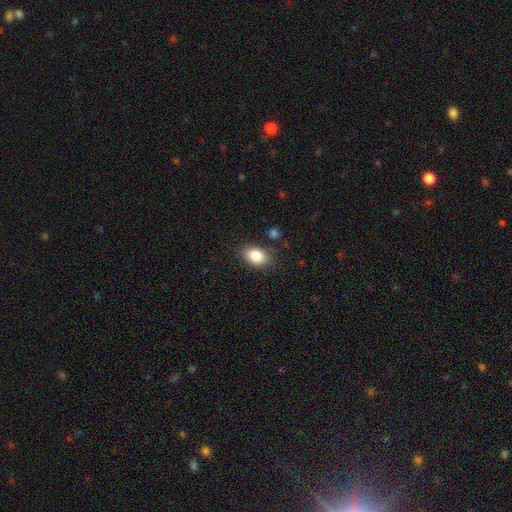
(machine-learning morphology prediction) Smooth or featured: smooth — 83% (featured or disk — 9%)
How rounded: in between — 84% (round — 14%)
Merging: none — 81% (minor disturbance — 13%)